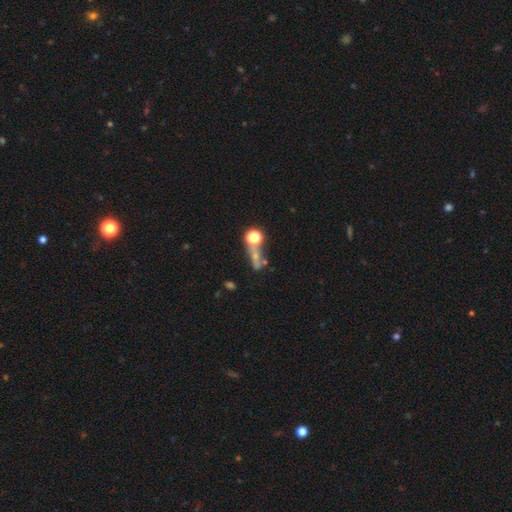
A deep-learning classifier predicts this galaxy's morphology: This appears to be a smooth galaxy with no disk features (45%). Merging: none (41%).